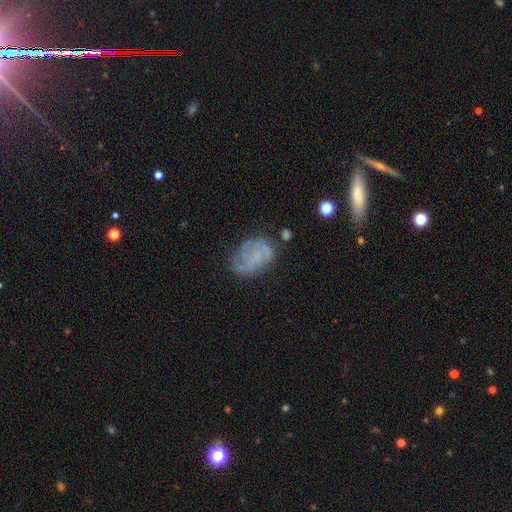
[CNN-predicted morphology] featured or disk 53%, smooth 37%, star or artifact 10%. Down the decision tree: edge-on disk — no (97%); bar — no (72%); spiral arms — yes (58%); bulge size — none (62%); merging — none (54%).